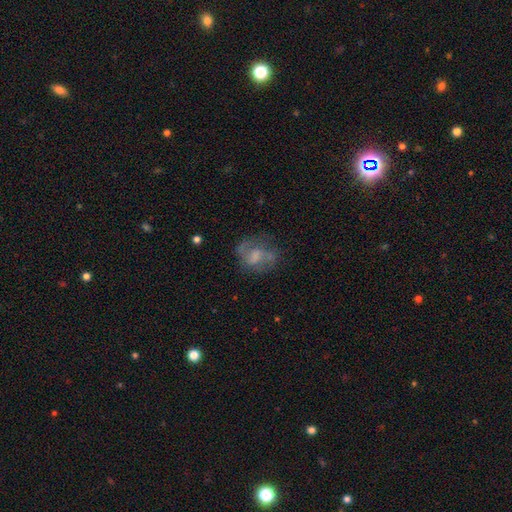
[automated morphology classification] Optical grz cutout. It shows a featured or disk galaxy (59%) with no bar (49%), spiral arms (72%) and a moderate central bulge (31%, tied with none). Merging: none (55%).